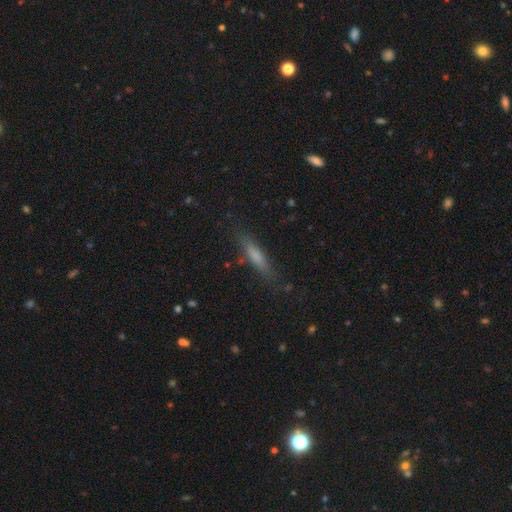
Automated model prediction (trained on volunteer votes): smooth_or_featured: smooth (p=0.67) [alt: featured or disk p=0.24]
how_rounded: cigar-shaped (p=0.82) [alt: in between p=0.16]
merging: none (p=0.81) [alt: minor disturbance p=0.13]